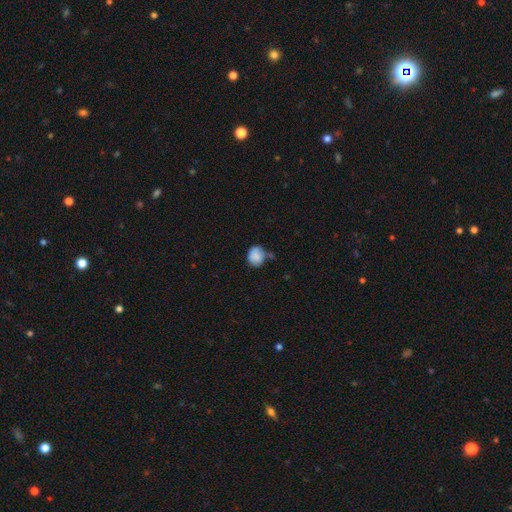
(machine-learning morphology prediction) A smooth galaxy with no disk features (81%) that is round (65%).

Vote fractions:
- Smooth or featured? smooth: 81% / featured or disk: 10% / star or artifact: 9%
- How rounded? round: 65% / in between: 34% / cigar-shaped: 1%
- Merging? none: 46% / minor disturbance: 32% / merger: 12% / major disturbance: 9%